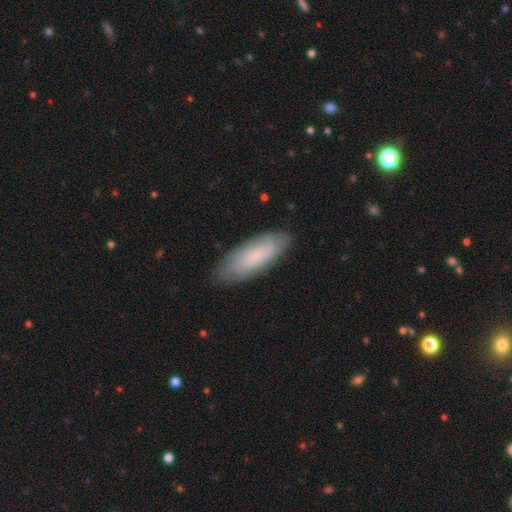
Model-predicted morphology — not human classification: Smooth or featured: smooth — 68% (featured or disk — 25%)
How rounded: in between — 68% (cigar-shaped — 30%)
Merging: none — 82% (minor disturbance — 14%)